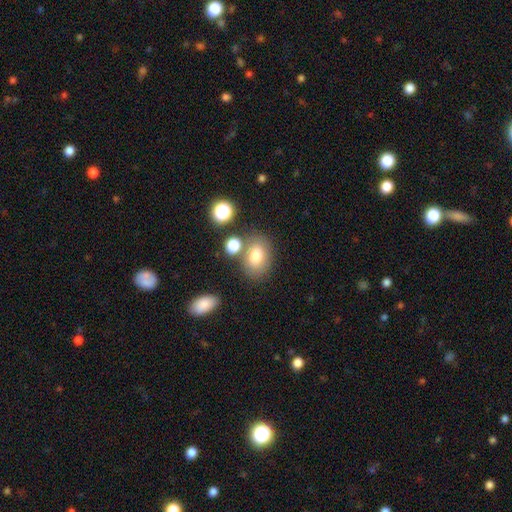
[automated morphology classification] smooth 77%, featured or disk 12%, star or artifact 11%. Down the decision tree: how rounded — in between (75%); merging — none (68%).